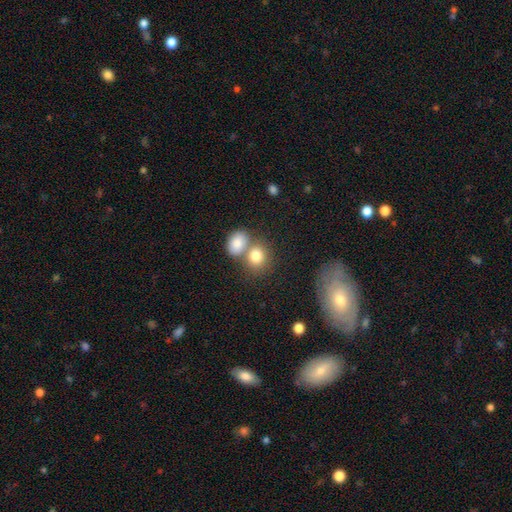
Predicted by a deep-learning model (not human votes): Smooth or featured: smooth — 81% (featured or disk — 10%)
How rounded: round — 61% (in between — 38%)
Merging: merger — 47% (none — 41%)